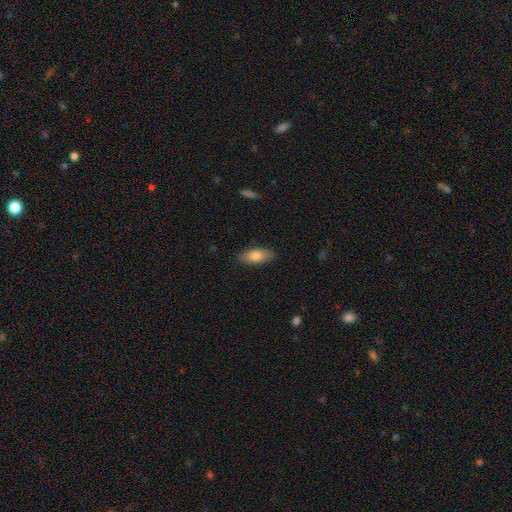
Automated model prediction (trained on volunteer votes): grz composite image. It shows a smooth galaxy with no disk features (79%) that is in between round and cigar-shaped (82%). Merging: none (87%).